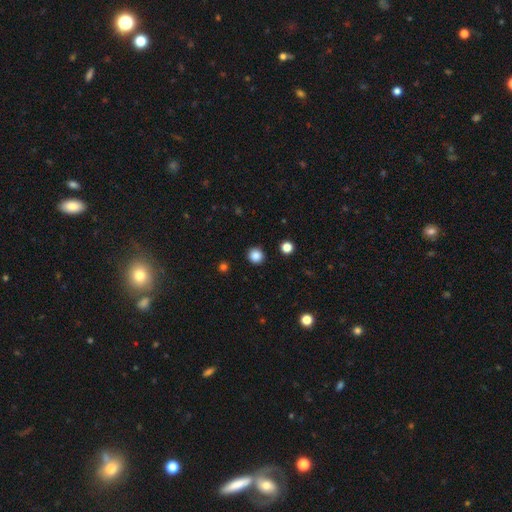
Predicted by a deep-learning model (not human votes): A smooth galaxy with no disk features (86%) that is round (94%).

Vote fractions:
- Smooth or featured? smooth: 86% / star or artifact: 11% / featured or disk: 3%
- How rounded? round: 94% / in between: 5% / cigar-shaped: 1%
- Merging? none: 92% / minor disturbance: 5% / major disturbance: 2% / merger: 1%